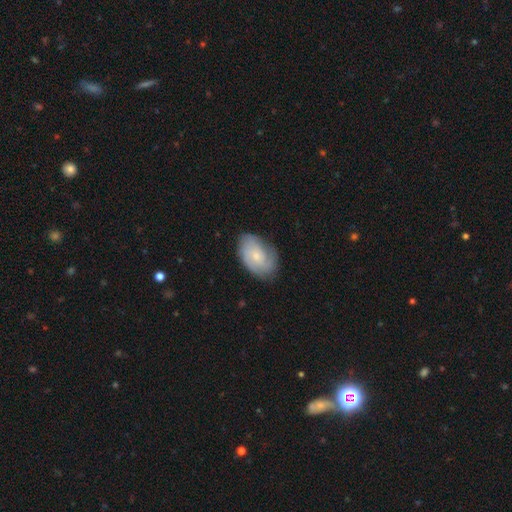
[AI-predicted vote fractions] Q: Smooth or featured?
A: featured or disk (54%); runner-up: smooth (39%)
Q: Edge-on disk?
A: no (96%); runner-up: yes (4%)
Q: Bar?
A: no (75%); runner-up: weak (22%)
Q: Spiral arms?
A: yes (86%); runner-up: no (14%)
Q: Bulge size?
A: small (69%); runner-up: moderate (24%)
Q: Merging?
A: none (71%); runner-up: minor disturbance (22%)